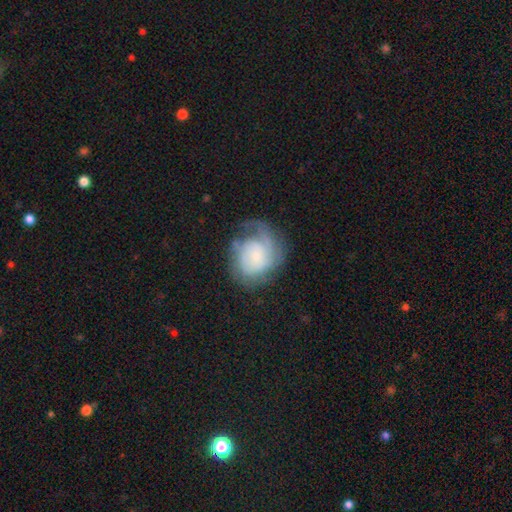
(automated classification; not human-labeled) This is likely a featured or disk galaxy (68%). It is clearly not viewed edge-on (98%). Bar: likely no (71%). Spiral arm pattern: clearly yes (90%). Spiral arm count: marginally can't tell (28%). Spiral winding: possibly tight (48%). Central bulge: possibly small (51%). Merging: possibly none (55%).